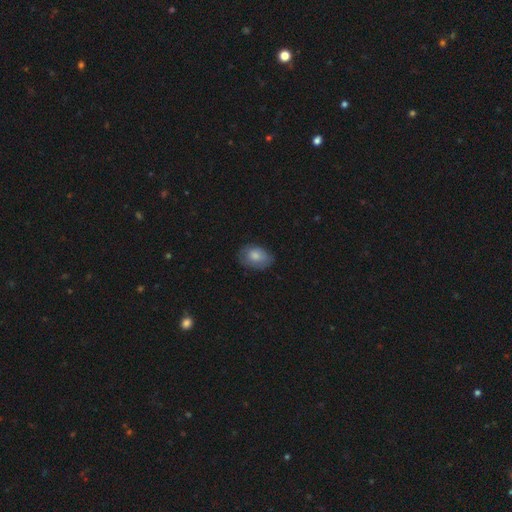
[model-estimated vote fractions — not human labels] This appears to be a smooth galaxy with no disk features (77%) that is in between round and cigar-shaped (78%). Merging: none (74%).